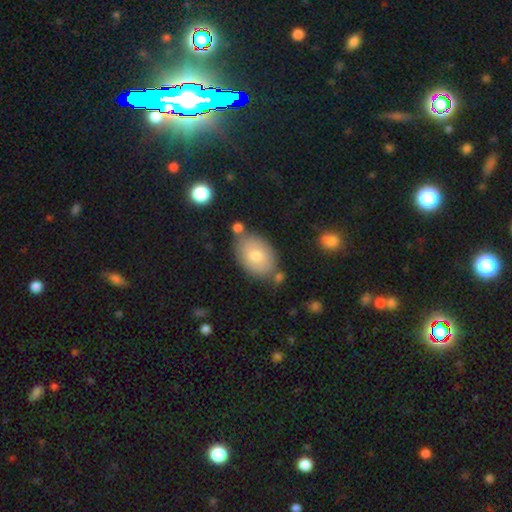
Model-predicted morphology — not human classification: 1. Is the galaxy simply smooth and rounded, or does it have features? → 73% smooth, 20% featured or disk, 8% star or artifact.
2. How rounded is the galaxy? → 85% in between, 14% round, 1% cigar-shaped.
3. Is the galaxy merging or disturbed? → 72% none, 16% minor disturbance, 8% merger, 4% major disturbance.